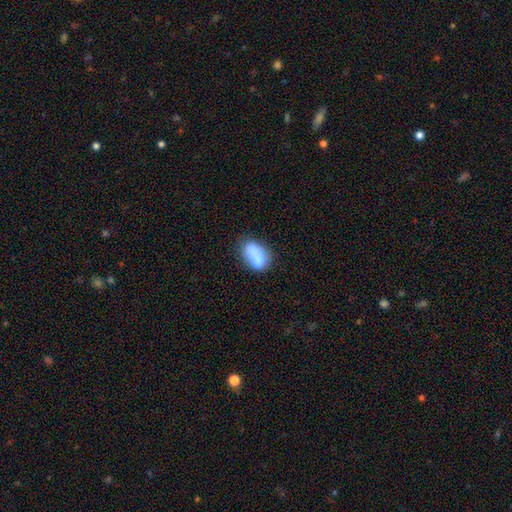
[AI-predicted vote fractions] Overall: smooth (75%). How rounded: in between (84%). Merging: none (46%; merger 22%).